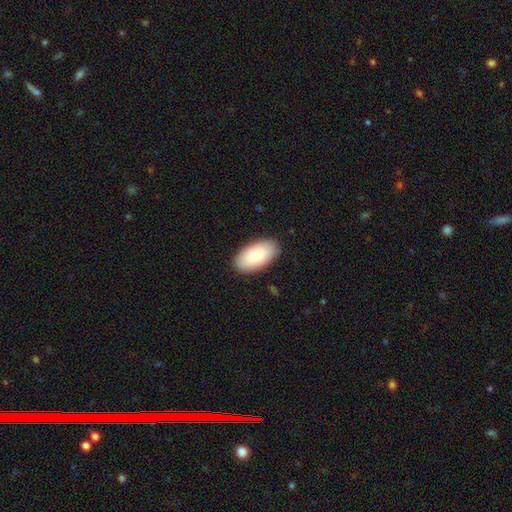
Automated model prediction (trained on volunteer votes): Morphology: type=smooth (80%); roundness=in between (96%); merging=none (89%).